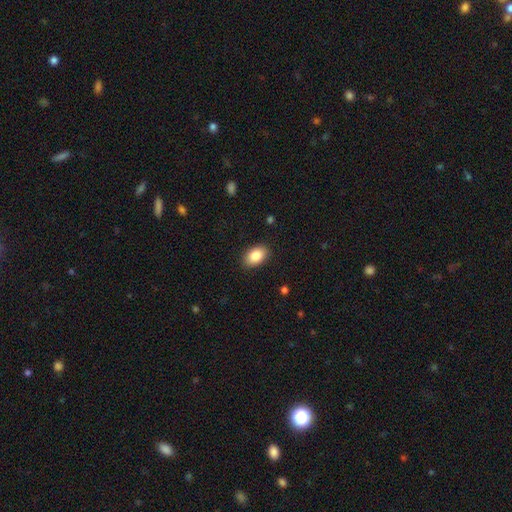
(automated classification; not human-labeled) smooth-or-featured: smooth: 86% | star or artifact: 7% | featured or disk: 7%
  how-rounded: in between: 88% | round: 10% | cigar-shaped: 1%
  merging: none: 89% | minor disturbance: 8% | major disturbance: 2% | merger: 1%